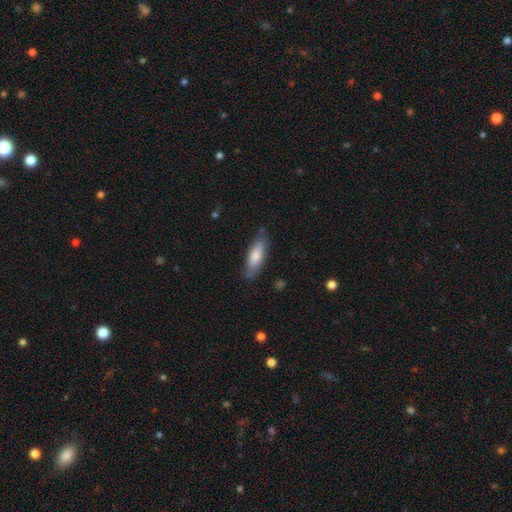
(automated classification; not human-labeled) Smooth or featured? smooth (78%)
How rounded? in between (55%)
Merging? none (80%)